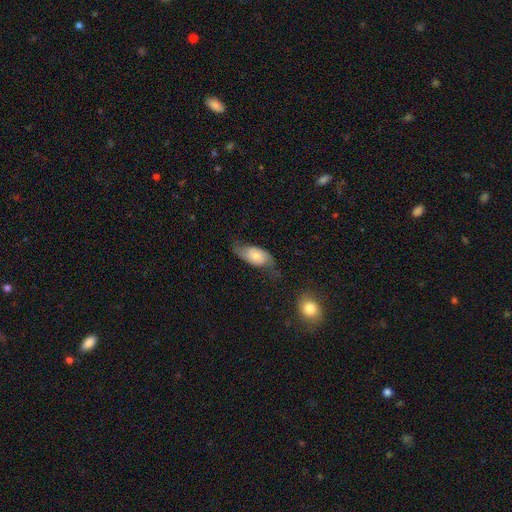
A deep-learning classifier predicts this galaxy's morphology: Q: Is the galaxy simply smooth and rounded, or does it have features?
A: featured or disk — 53%.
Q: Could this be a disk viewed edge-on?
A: no — 91%.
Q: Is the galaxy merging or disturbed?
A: none — 54%.